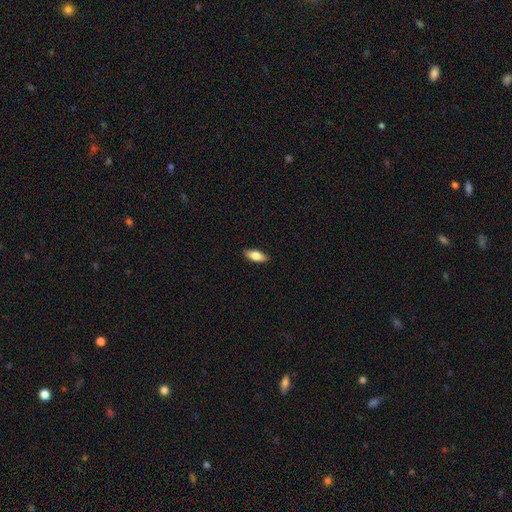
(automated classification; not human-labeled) smooth 79%, featured or disk 15%, star or artifact 6%. Down the decision tree: how rounded — in between (80%); merging — none (87%).